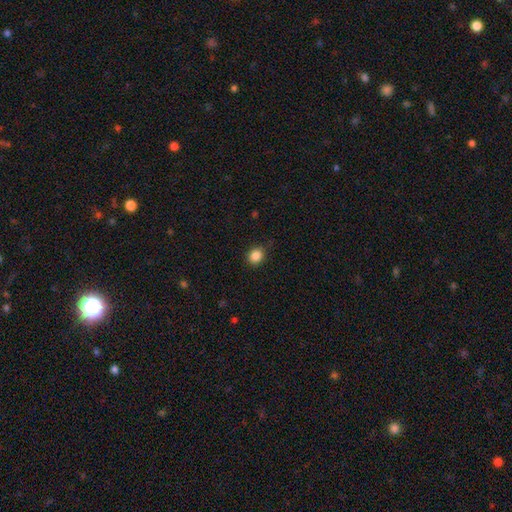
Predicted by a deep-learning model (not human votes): This appears to be a smooth galaxy with no disk features (86%) that is round (73%). Merging: none (86%).